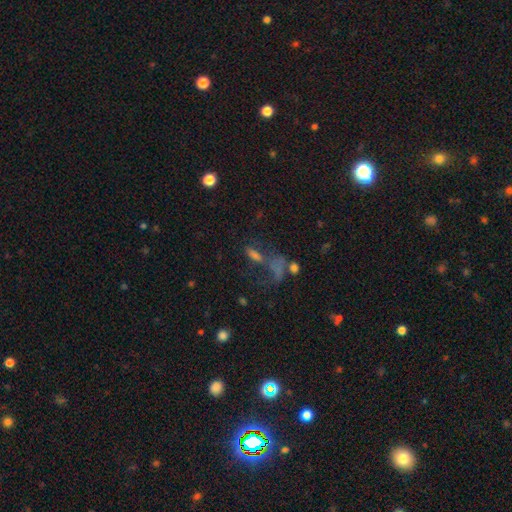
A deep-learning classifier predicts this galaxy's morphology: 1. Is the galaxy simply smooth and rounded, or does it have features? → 40% smooth, 34% star or artifact, 25% featured or disk.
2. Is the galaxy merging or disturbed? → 33% none, 28% major disturbance, 26% merger, 13% minor disturbance.